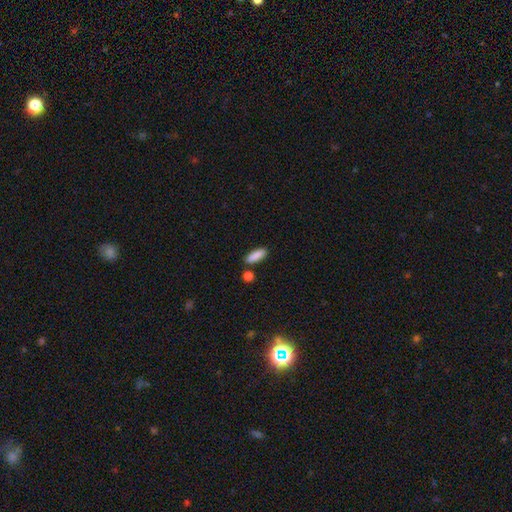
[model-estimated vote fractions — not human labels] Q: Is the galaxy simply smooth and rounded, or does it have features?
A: smooth — 88%.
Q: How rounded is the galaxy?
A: in between — 61%.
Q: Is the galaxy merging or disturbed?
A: none — 82%.